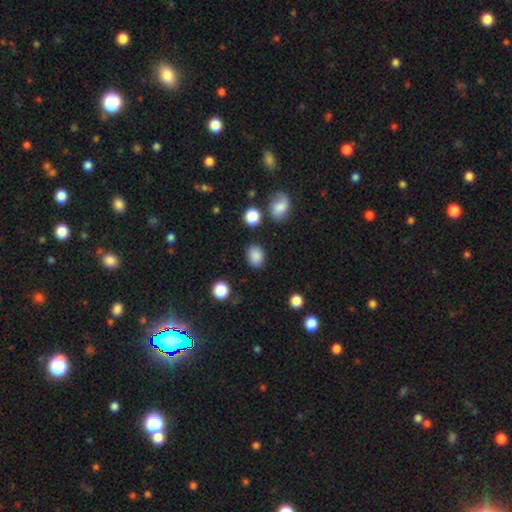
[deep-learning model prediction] A smooth galaxy with no disk features (87%) that is in between round and cigar-shaped (61%). Merging: none (82%).